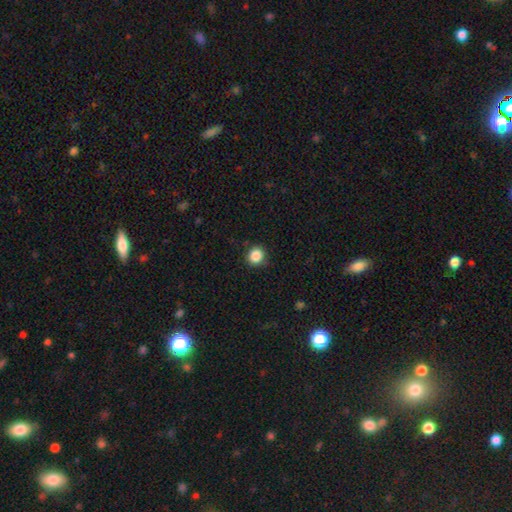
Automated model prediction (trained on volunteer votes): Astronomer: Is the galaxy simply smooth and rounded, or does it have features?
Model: smooth — 87%.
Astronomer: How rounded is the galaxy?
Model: round — 81%.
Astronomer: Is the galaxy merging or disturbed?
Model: none — 88%.